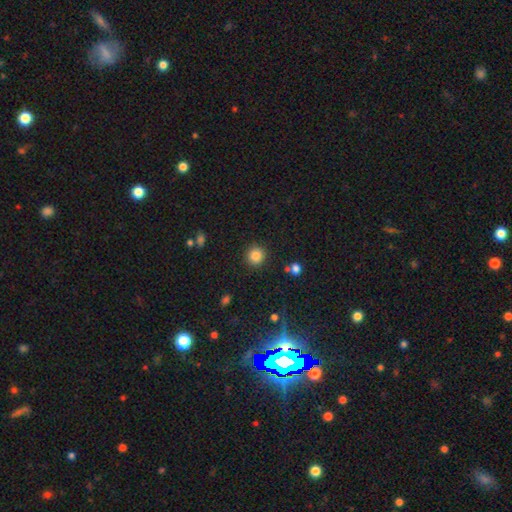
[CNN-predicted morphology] A smooth galaxy with no disk features (85%) that is round (93%). Merging: none (90%).